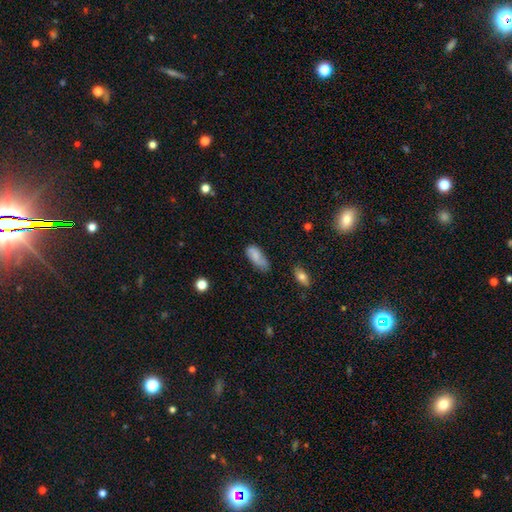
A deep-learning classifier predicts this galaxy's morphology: Smooth or featured?
  - smooth: 77% *
  - featured or disk: 15%
  - star or artifact: 8%
How rounded?
  - in between: 84% *
  - cigar-shaped: 13%
  - round: 3%
Merging?
  - none: 52% *
  - minor disturbance: 34%
  - major disturbance: 10%
  - merger: 4%